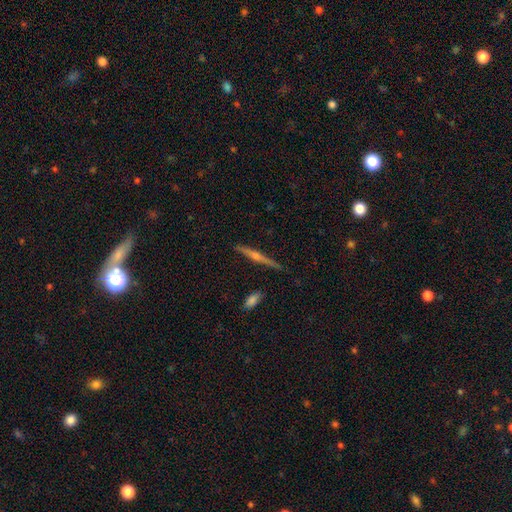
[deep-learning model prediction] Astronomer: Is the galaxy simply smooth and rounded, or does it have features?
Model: featured or disk — 77%.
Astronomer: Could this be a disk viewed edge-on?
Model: yes — 98%.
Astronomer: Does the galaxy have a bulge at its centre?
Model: rounded — 86%.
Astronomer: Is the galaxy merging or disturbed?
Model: none — 89%.